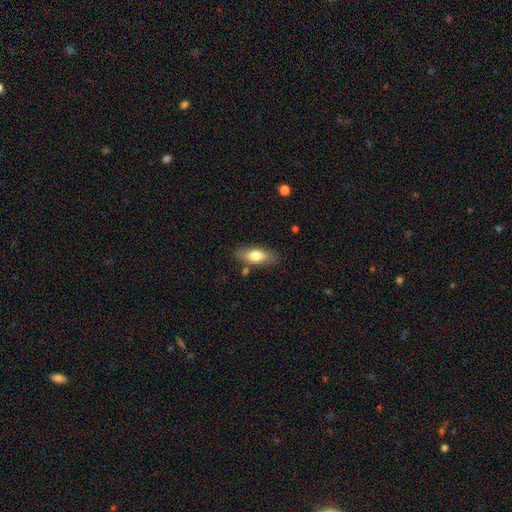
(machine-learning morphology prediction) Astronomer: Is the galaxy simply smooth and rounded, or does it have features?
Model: smooth — 71%.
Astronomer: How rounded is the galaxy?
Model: in between — 79%.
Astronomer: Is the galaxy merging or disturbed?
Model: none — 80%.